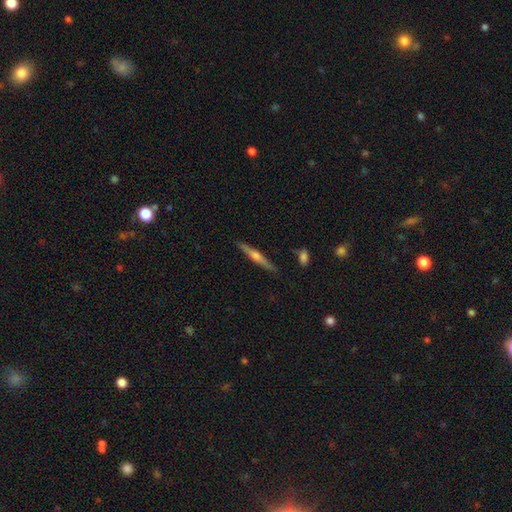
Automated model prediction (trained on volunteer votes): Smooth or featured: featured or disk — 61% (smooth — 33%)
Edge-on disk: yes — 97% (no — 3%)
Edge-on bulge: rounded — 81% (none — 10%)
Merging: none — 87% (minor disturbance — 9%)